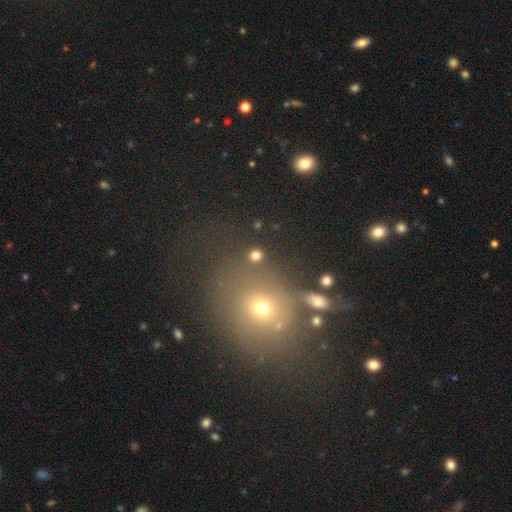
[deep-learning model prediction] Smooth or featured?
  - smooth: 77% *
  - star or artifact: 17%
  - featured or disk: 7%
How rounded?
  - round: 82% *
  - in between: 16%
  - cigar-shaped: 1%
Merging?
  - none: 80% *
  - merger: 8%
  - minor disturbance: 7%
  - major disturbance: 4%